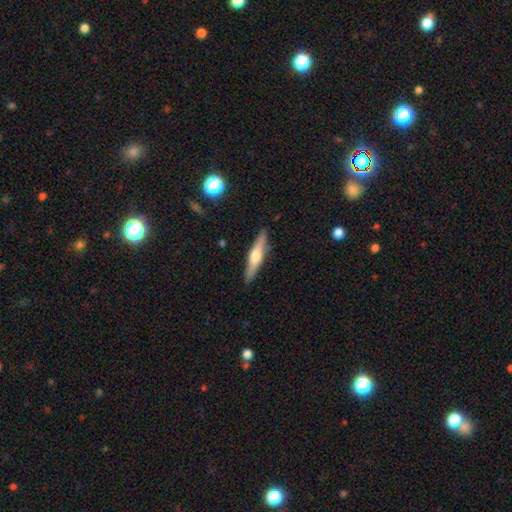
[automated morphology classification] smooth_or_featured: featured or disk (p=0.53) [alt: smooth p=0.41]
disk_edge_on: yes (p=0.95) [alt: no p=0.05]
merging: none (p=0.88) [alt: minor disturbance p=0.09]